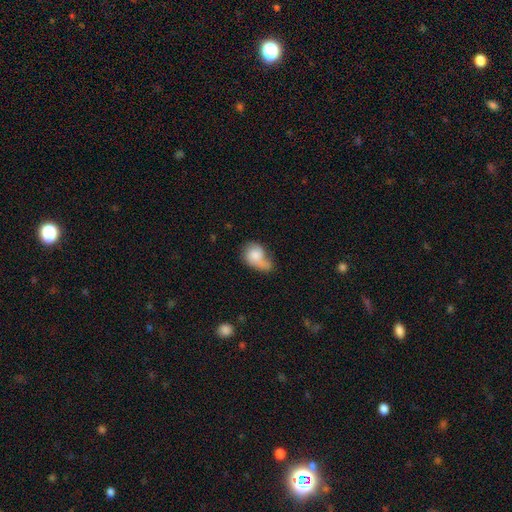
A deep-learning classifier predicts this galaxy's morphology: Smooth or featured? Predicted: smooth (p=0.61). How rounded? Predicted: in between (p=0.65). Merging? Predicted: major disturbance (p=0.32).